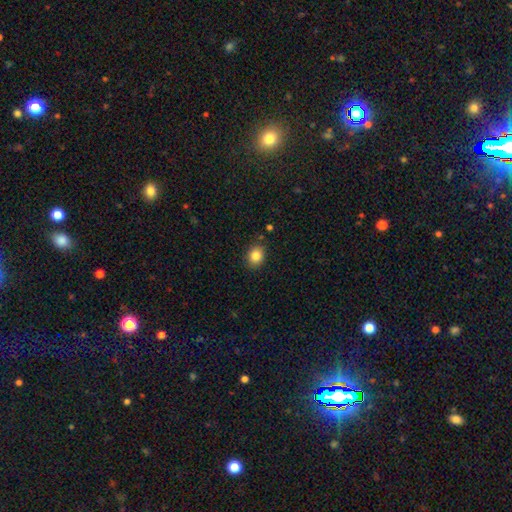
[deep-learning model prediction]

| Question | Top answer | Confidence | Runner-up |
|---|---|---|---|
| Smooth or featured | smooth | 85% | star or artifact (10%) |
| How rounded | round | 50% | in between (49%) |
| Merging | none | 86% | minor disturbance (10%) |